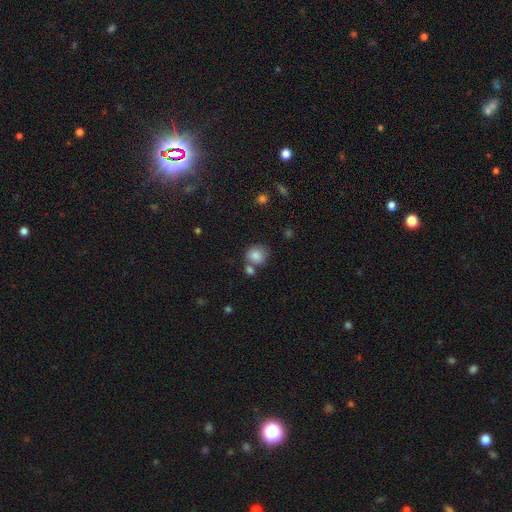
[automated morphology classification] Overall: smooth (85%). How rounded: round (78%). Merging: none (58%; merger 23%).